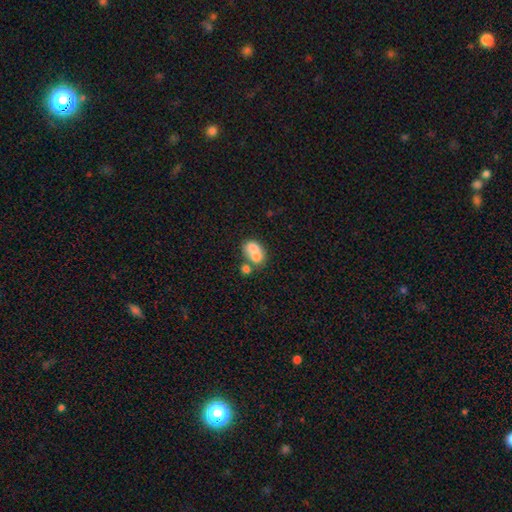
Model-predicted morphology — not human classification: Smooth or featured? Predicted: smooth (p=0.68). How rounded? Predicted: in between (p=0.63). Merging? Predicted: merger (p=0.62).